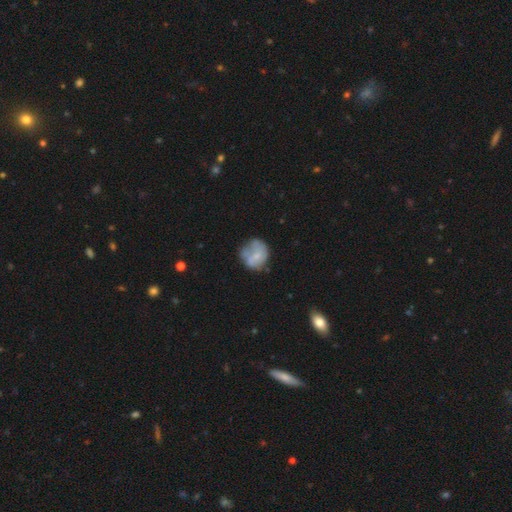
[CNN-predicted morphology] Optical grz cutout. It shows a smooth galaxy with no disk features (52%) that is round (74%). Merging: none (44%).